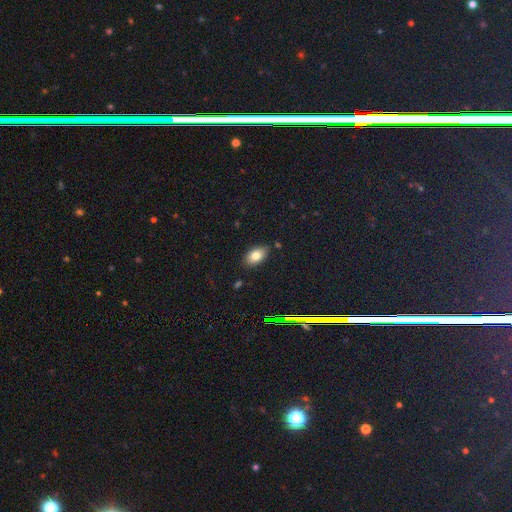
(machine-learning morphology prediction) smooth 80%, featured or disk 10%, star or artifact 9%. Down the decision tree: how rounded — in between (91%); merging — none (82%).